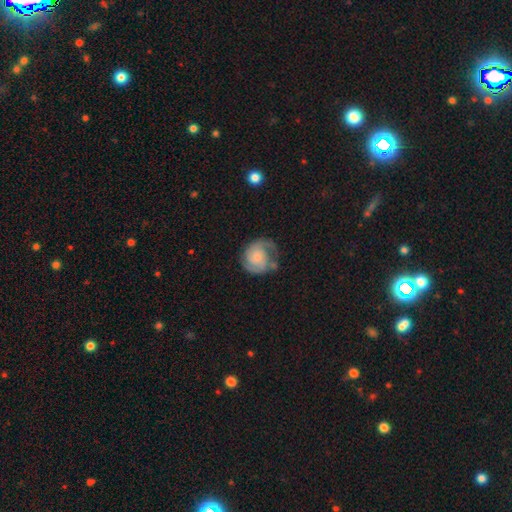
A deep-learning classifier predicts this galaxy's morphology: Smooth or featured? featured or disk (75%)
Edge-on disk? no (98%)
Bar? no (73%)
Spiral arms? yes (94%)
Spiral winding? tight (42%, tied with medium)
Spiral arm count? 2 (79%)
Bulge size? small (52%)
Merging? none (60%)